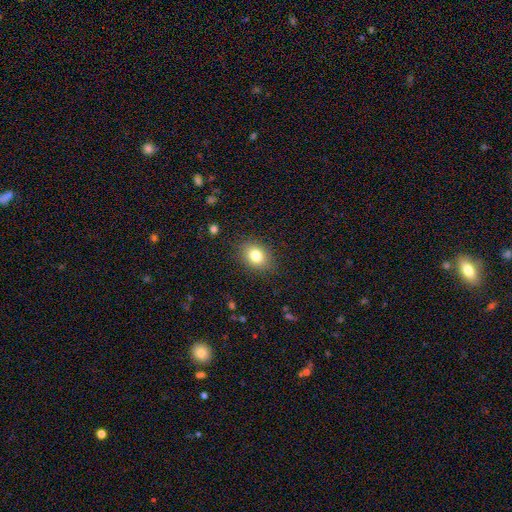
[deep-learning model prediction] Morphology: type=smooth (80%); roundness=in between (60%); merging=none (86%).